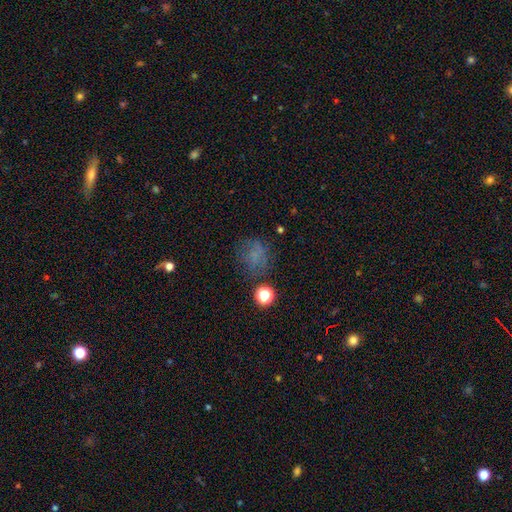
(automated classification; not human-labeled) Smooth or featured: smooth — 50% (star or artifact — 29%)
How rounded: round — 71% (in between — 27%)
Merging: none — 60% (minor disturbance — 20%)